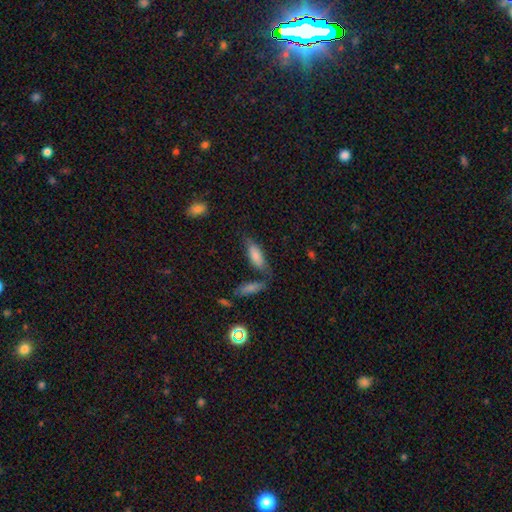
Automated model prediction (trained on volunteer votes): A smooth galaxy with no disk features (77%) that is in between round and cigar-shaped (71%). Merging: none (57%).